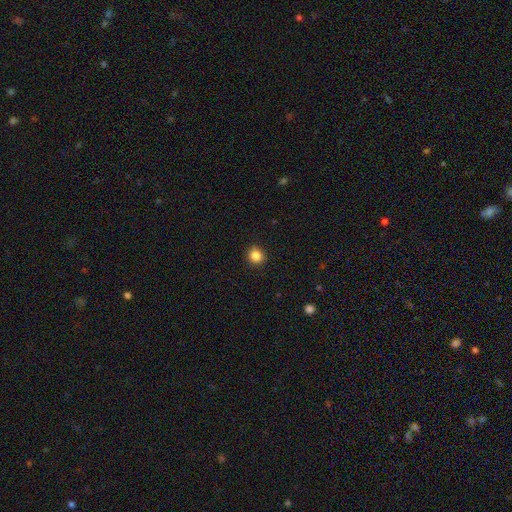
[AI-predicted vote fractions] Smooth or featured: smooth — 85% (star or artifact — 11%)
How rounded: round — 89% (in between — 10%)
Merging: none — 89% (minor disturbance — 8%)